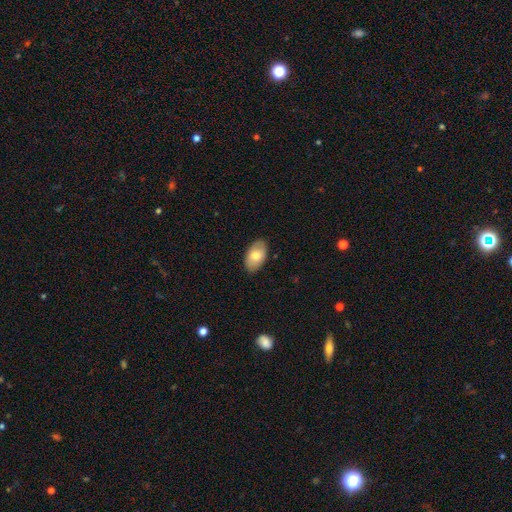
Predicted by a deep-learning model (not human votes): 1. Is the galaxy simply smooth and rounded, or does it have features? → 74% smooth, 20% featured or disk, 6% star or artifact.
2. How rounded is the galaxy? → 94% in between, 5% round, 1% cigar-shaped.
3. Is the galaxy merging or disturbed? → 87% none, 10% minor disturbance, 2% major disturbance, 1% merger.